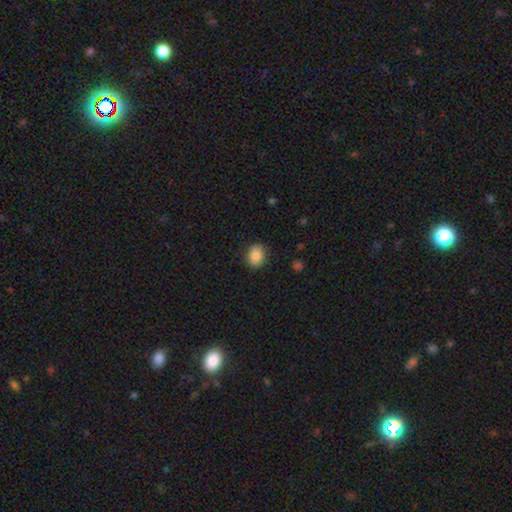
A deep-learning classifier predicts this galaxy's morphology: Overall: smooth (85%). How rounded: round (50%; in between 49%). Merging: none (86%).